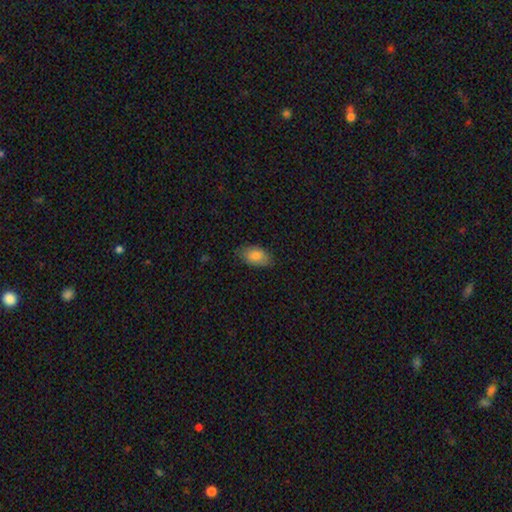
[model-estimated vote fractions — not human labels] A smooth galaxy with no disk features (84%) that is in between round and cigar-shaped (92%). Merging: none (77%).